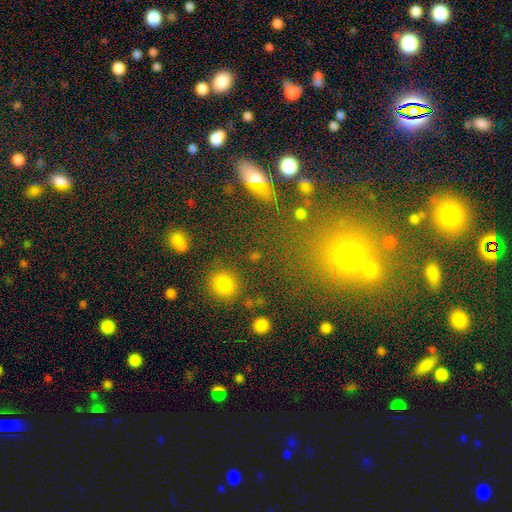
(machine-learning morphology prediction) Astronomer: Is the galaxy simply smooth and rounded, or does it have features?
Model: smooth — 75%.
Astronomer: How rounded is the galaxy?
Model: round — 82%.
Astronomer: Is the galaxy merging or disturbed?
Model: none — 85%.